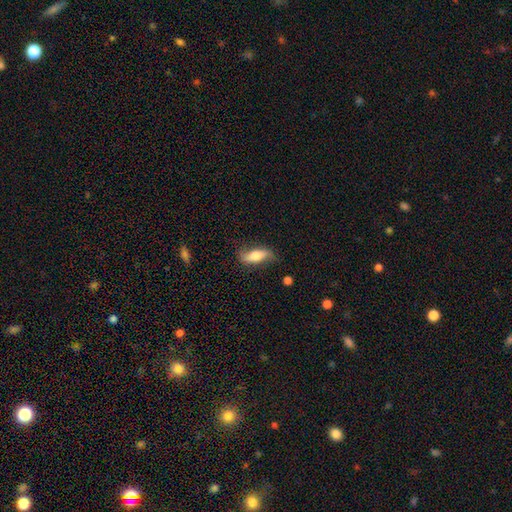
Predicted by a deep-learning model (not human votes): This is possibly a smooth galaxy (57%). How rounded: likely in between (66%). Merging: likely none (70%).